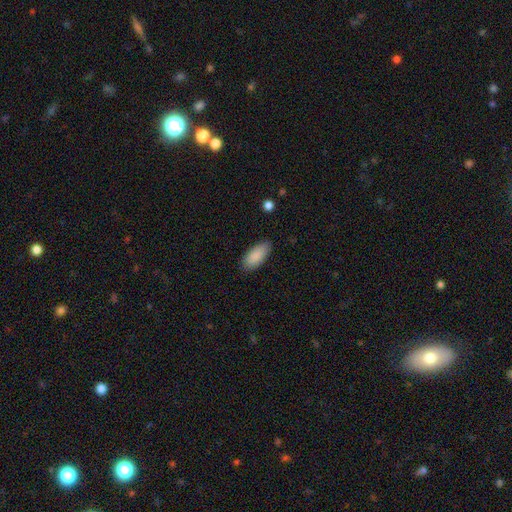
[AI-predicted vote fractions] Smooth or featured? Predicted: smooth (p=0.89). How rounded? Predicted: in between (p=0.90). Merging? Predicted: none (p=0.85).